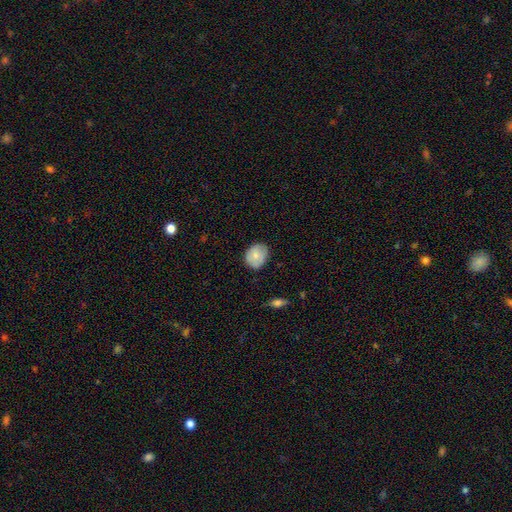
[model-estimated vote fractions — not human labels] Q: Smooth or featured?
A: smooth (76%); runner-up: featured or disk (17%)
Q: How rounded?
A: round (50%); runner-up: in between (49%)
Q: Merging?
A: none (75%); runner-up: minor disturbance (21%)